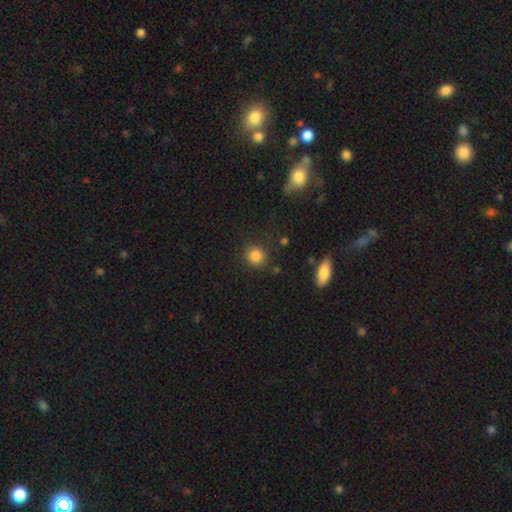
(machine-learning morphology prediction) smooth-or-featured: smooth: 85% | star or artifact: 10% | featured or disk: 5%
  how-rounded: round: 87% | in between: 12% | cigar-shaped: 1%
  merging: none: 84% | minor disturbance: 9% | major disturbance: 3% | merger: 3%